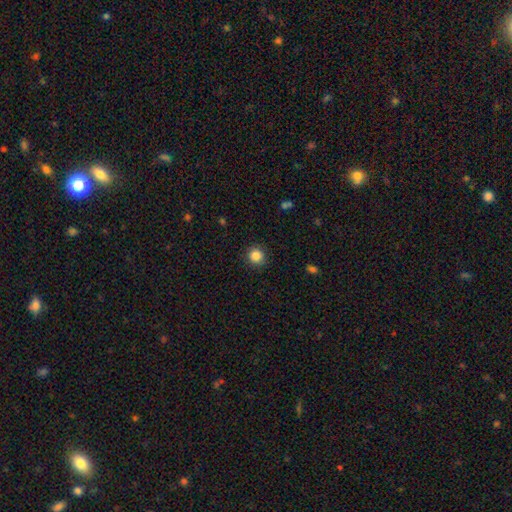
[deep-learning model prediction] A smooth galaxy with no disk features (85%) that is round (93%). Merging: none (91%).